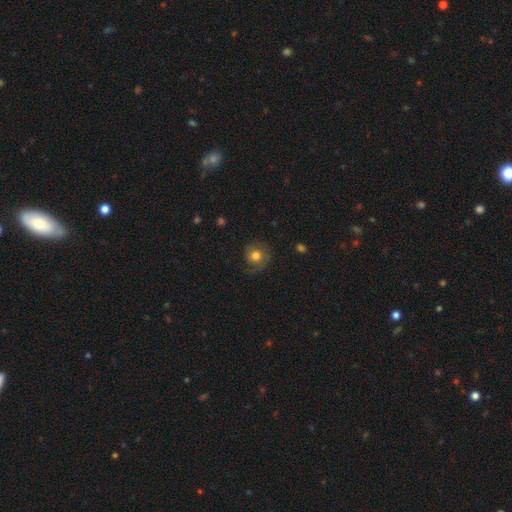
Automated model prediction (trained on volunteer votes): smooth_or_featured: smooth (p=0.56) [alt: featured or disk p=0.35]
how_rounded: round (p=0.86) [alt: in between p=0.13]
merging: none (p=0.66) [alt: minor disturbance p=0.18]